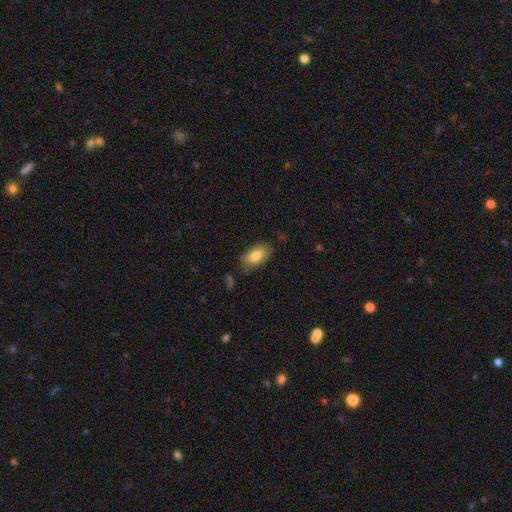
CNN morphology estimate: smooth_or_featured: smooth (p=0.79) [alt: featured or disk p=0.14]
how_rounded: in between (p=0.92) [alt: round p=0.04]
merging: none (p=0.78) [alt: minor disturbance p=0.17]